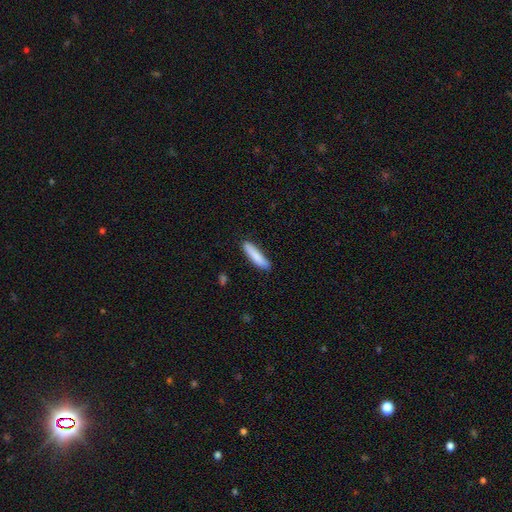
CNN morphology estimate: Smooth or featured? Predicted: smooth (p=0.85). How rounded? Predicted: cigar-shaped (p=0.83). Merging? Predicted: none (p=0.85).